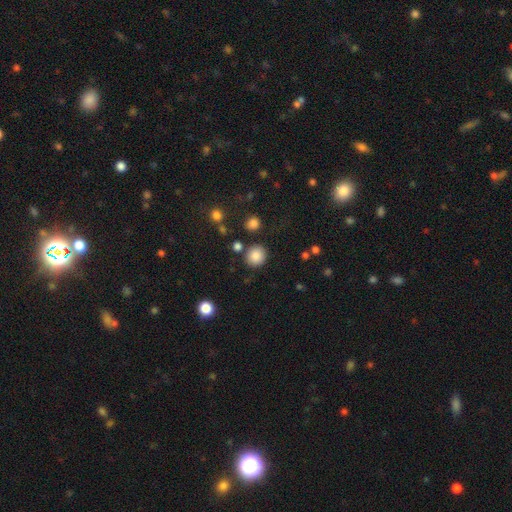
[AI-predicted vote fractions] smooth_or_featured: smooth (p=0.86) [alt: star or artifact p=0.09]
how_rounded: round (p=0.88) [alt: in between p=0.11]
merging: none (p=0.85) [alt: minor disturbance p=0.08]